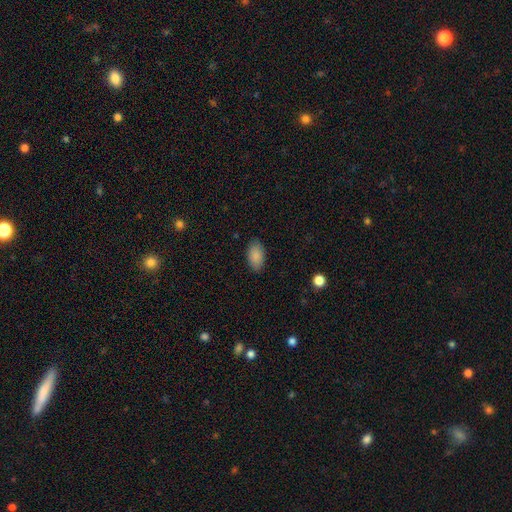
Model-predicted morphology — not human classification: A smooth galaxy with no disk features (88%) that is in between round and cigar-shaped (93%). Merging: none (87%).